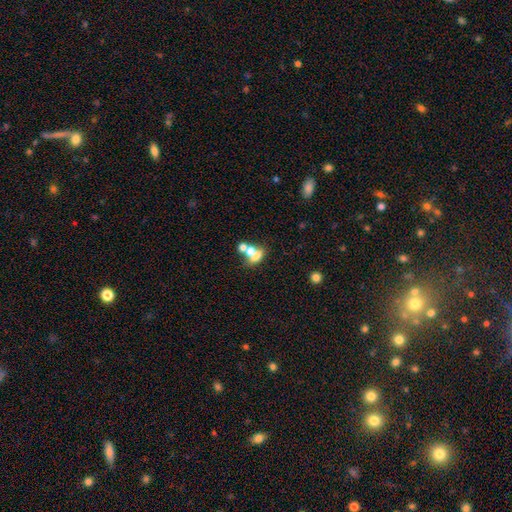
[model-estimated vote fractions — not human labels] This appears to be a smooth galaxy with no disk features (59%) that is in between round and cigar-shaped (61%). Merging: merger (57%).